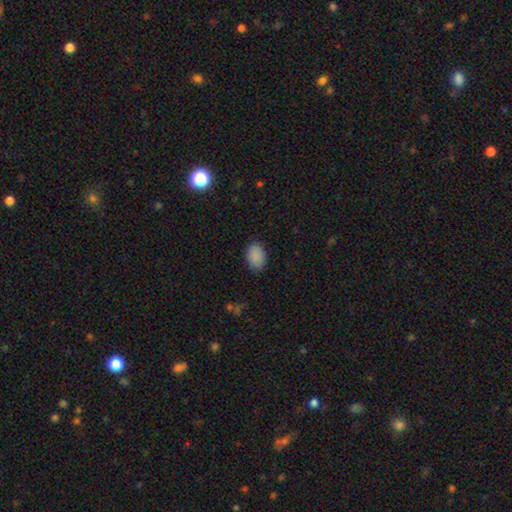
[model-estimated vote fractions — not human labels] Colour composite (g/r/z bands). It shows a smooth galaxy with no disk features (89%) that is in between round and cigar-shaped (82%). Merging: none (85%).